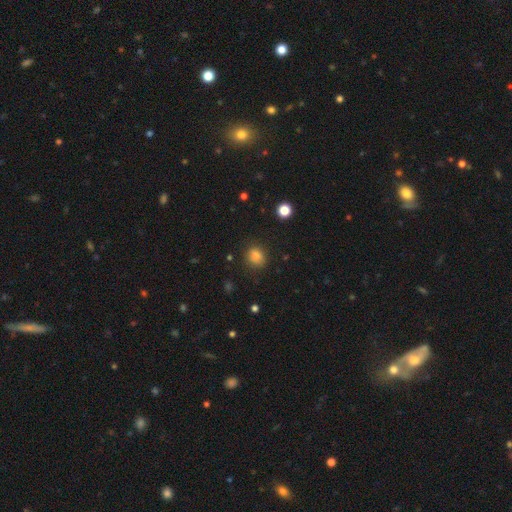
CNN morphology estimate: A smooth galaxy with no disk features (82%) that is round (67%).

Vote fractions:
- Smooth or featured? smooth: 82% / star or artifact: 13% / featured or disk: 5%
- How rounded? round: 67% / in between: 32% / cigar-shaped: 1%
- Merging? none: 83% / minor disturbance: 12% / major disturbance: 4% / merger: 2%